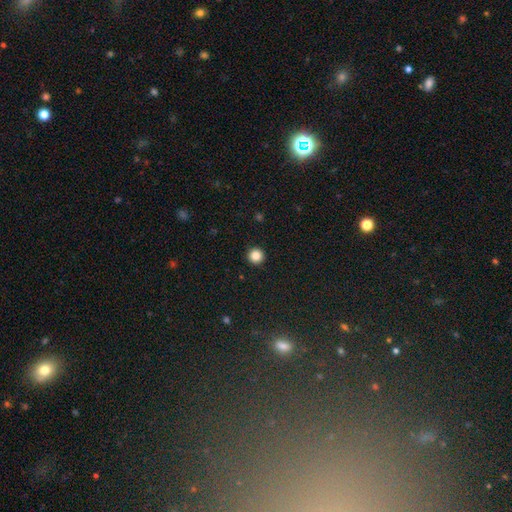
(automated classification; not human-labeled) Morphology: type=smooth (85%); roundness=round (96%); merging=none (94%).